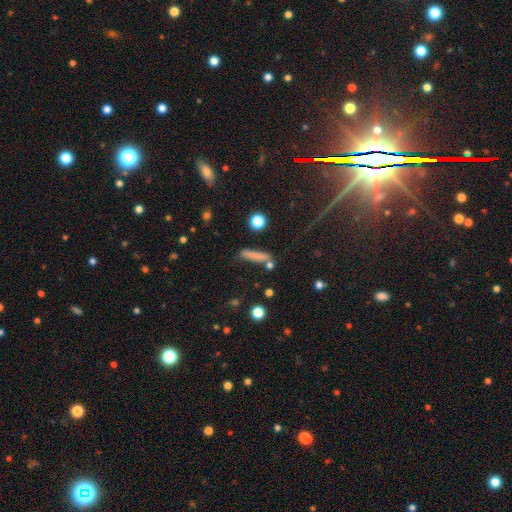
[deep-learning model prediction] smooth 74%, featured or disk 15%, star or artifact 11%. Down the decision tree: how rounded — cigar-shaped (86%); merging — none (74%).